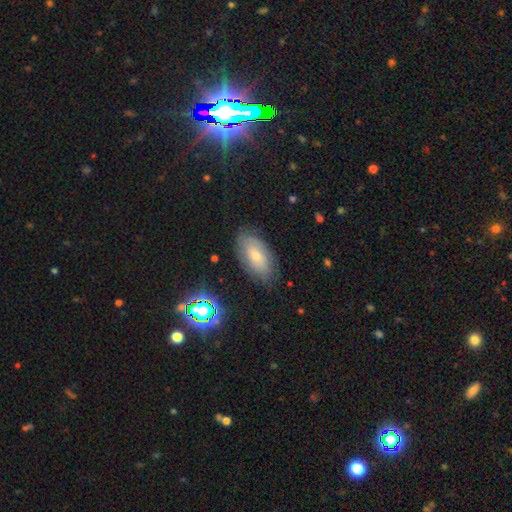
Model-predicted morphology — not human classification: The model was most divided on "smooth or featured": smooth: 56%, featured or disk: 29%, star or artifact: 15%. More confident: how rounded — in between (90%); merging — none (80%).